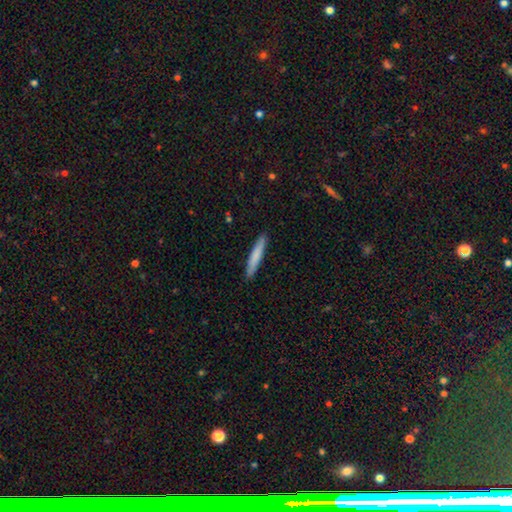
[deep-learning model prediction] Smooth or featured? Predicted: smooth (p=0.77). How rounded? Predicted: cigar-shaped (p=0.94). Merging? Predicted: none (p=0.90).